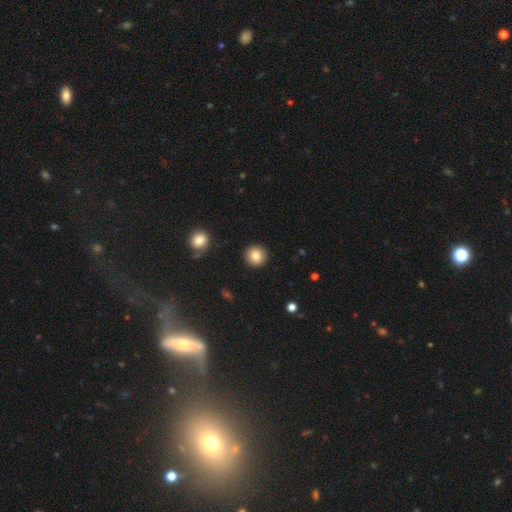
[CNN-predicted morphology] type=smooth (84%); roundness=round (94%); merging=none (92%).